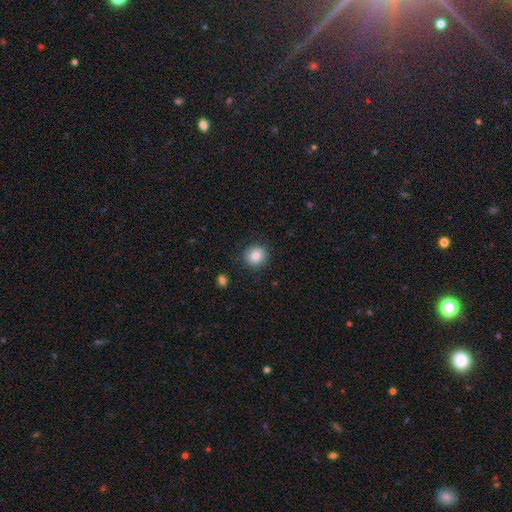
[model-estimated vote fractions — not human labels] This is clearly a smooth galaxy (85%). How rounded: clearly round (91%). Merging: clearly none (88%).